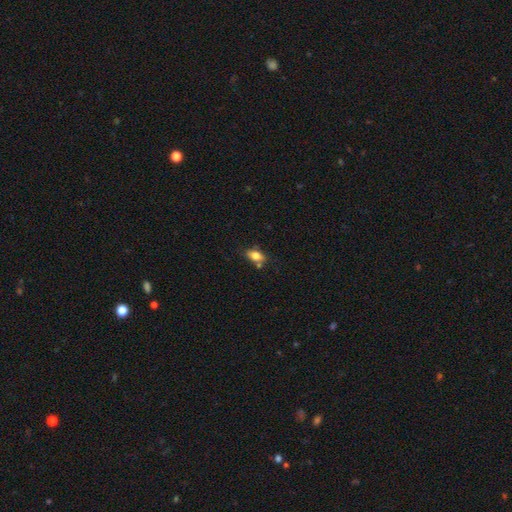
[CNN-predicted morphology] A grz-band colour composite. It shows a smooth galaxy with no disk features (75%) that is in between round and cigar-shaped (81%). Merging: none (63%).